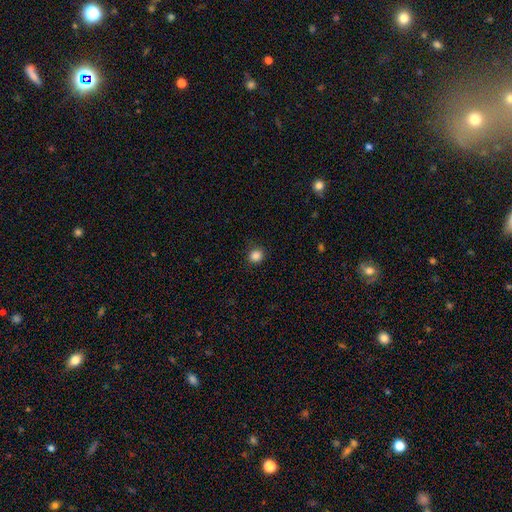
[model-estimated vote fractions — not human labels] Smooth or featured: smooth — 86% (star or artifact — 11%)
How rounded: round — 86% (in between — 13%)
Merging: none — 89% (minor disturbance — 7%)